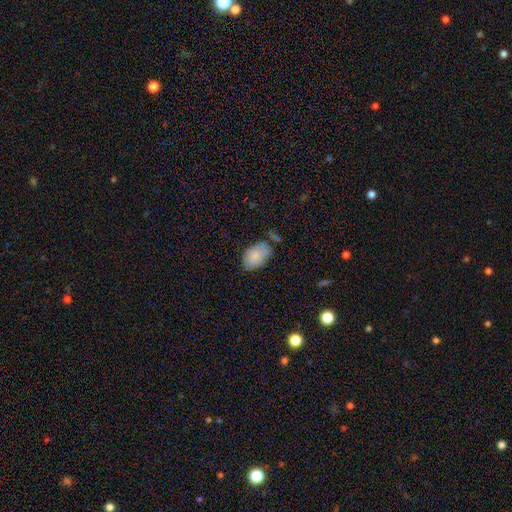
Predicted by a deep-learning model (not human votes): A smooth galaxy with no disk features (85%) that is in between round and cigar-shaped (93%).

Vote fractions:
- Smooth or featured? smooth: 85% / featured or disk: 8% / star or artifact: 7%
- How rounded? in between: 93% / round: 6% / cigar-shaped: 1%
- Merging? none: 63% / minor disturbance: 25% / major disturbance: 6% / merger: 6%